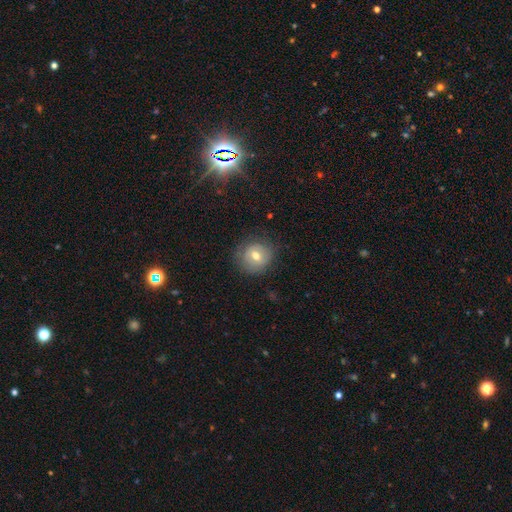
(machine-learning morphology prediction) smooth-or-featured: smooth: 61% | featured or disk: 30% | star or artifact: 10%
  how-rounded: round: 86% | in between: 13% | cigar-shaped: 1%
  merging: none: 77% | minor disturbance: 16% | major disturbance: 6% | merger: 1%